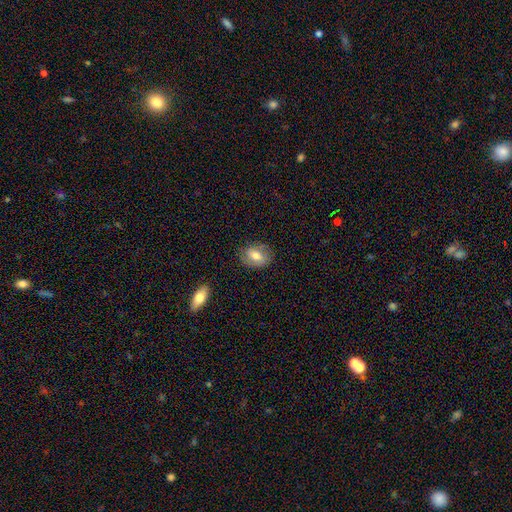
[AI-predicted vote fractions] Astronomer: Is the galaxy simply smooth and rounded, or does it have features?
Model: smooth — 68%.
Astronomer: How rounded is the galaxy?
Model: in between — 66%.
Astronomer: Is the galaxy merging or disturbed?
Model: none — 80%.